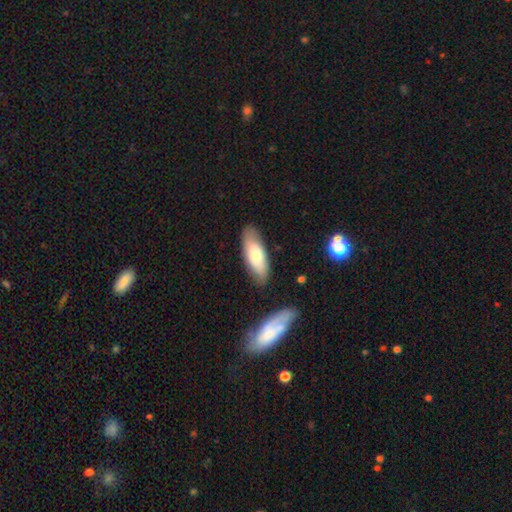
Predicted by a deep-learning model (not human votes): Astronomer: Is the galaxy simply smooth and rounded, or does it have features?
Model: smooth — 73%.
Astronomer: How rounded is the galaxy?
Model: in between — 71%.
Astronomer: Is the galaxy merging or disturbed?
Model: none — 81%.